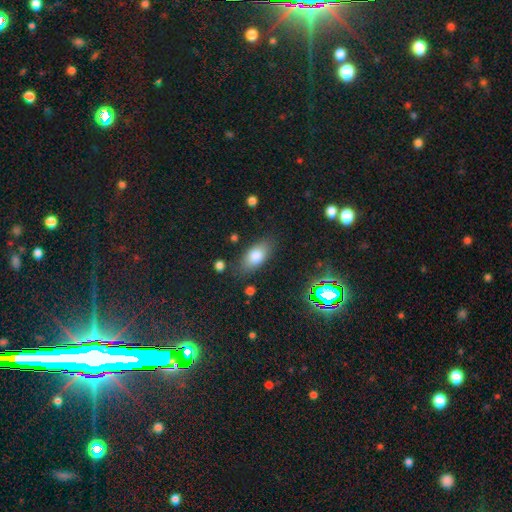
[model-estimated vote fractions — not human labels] The model was most divided on "merging": none: 79%, minor disturbance: 14%, major disturbance: 4%, merger: 3%. More confident: how rounded — in between (88%); smooth or featured — smooth (79%).